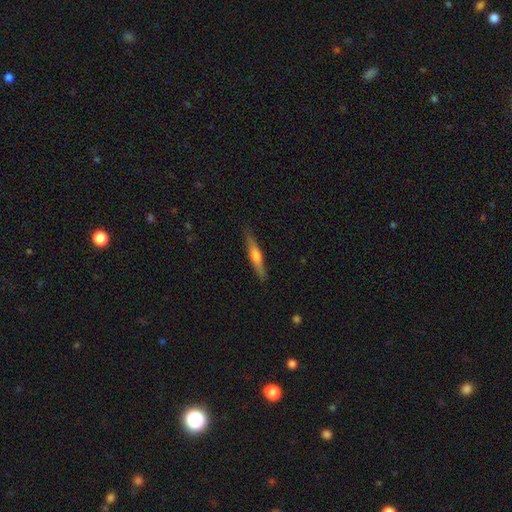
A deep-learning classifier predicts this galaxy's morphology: Smooth or featured? featured or disk (49%)
Merging? none (87%)